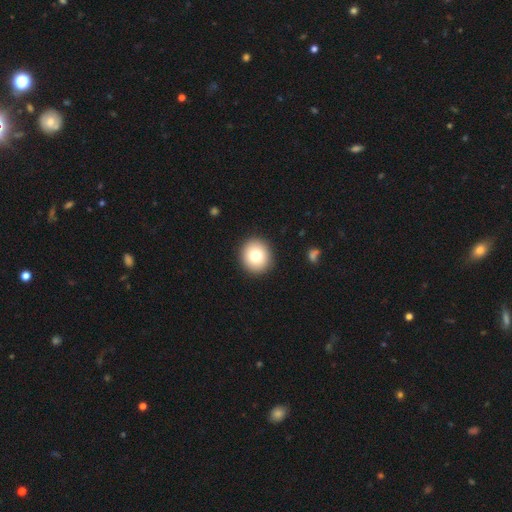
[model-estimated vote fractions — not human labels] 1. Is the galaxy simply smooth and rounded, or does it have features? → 79% smooth, 12% featured or disk, 9% star or artifact.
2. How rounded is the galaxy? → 87% round, 12% in between, 1% cigar-shaped.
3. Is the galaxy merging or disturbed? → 92% none, 5% minor disturbance, 2% major disturbance, 1% merger.